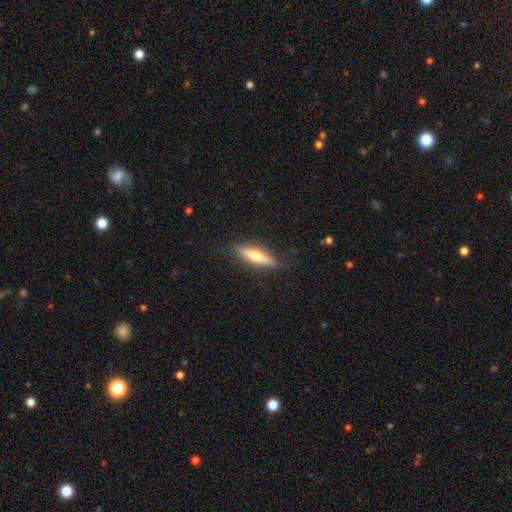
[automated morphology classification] A smooth galaxy with no disk features (55%) that is cigar-shaped (73%).

Vote fractions:
- Smooth or featured? smooth: 55% / featured or disk: 39% / star or artifact: 6%
- How rounded? cigar-shaped: 73% / in between: 25% / round: 2%
- Merging? none: 86% / minor disturbance: 10% / major disturbance: 2% / merger: 1%